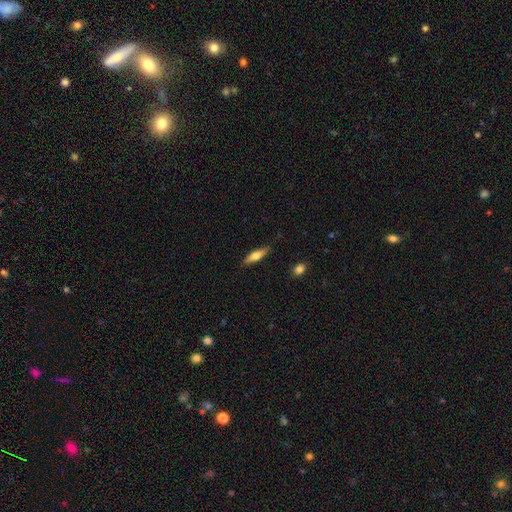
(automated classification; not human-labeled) A smooth galaxy with no disk features (58%) that is cigar-shaped (68%).

Vote fractions:
- Smooth or featured? smooth: 58% / featured or disk: 36% / star or artifact: 6%
- How rounded? cigar-shaped: 68% / in between: 30% / round: 2%
- Merging? none: 85% / minor disturbance: 12% / major disturbance: 2% / merger: 1%